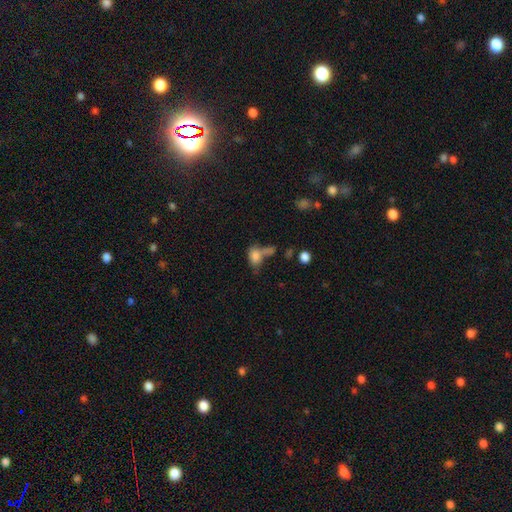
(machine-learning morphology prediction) A smooth galaxy with no disk features (76%) that is in between round and cigar-shaped (81%). Merging: merger (38%).